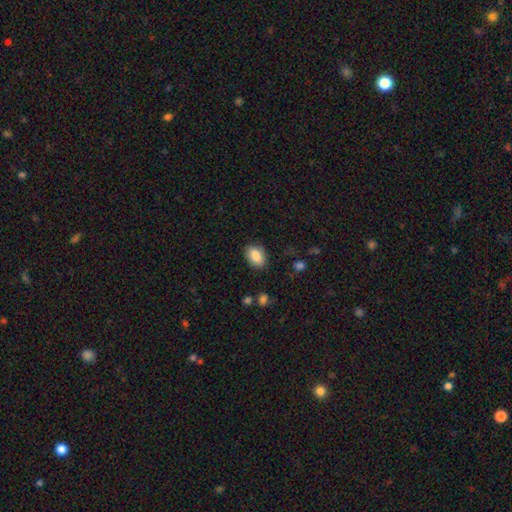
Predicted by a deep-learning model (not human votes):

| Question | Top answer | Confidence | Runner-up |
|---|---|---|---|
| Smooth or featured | smooth | 87% | star or artifact (7%) |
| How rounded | in between | 89% | round (9%) |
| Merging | none | 84% | minor disturbance (12%) |